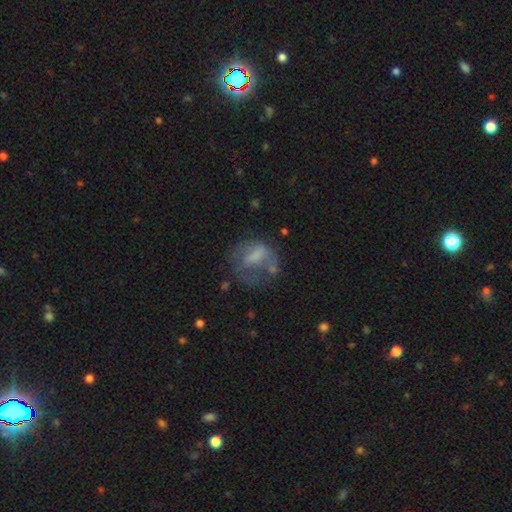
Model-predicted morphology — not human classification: Overall: smooth (47%; featured or disk 41%). Merging: major disturbance (39%; none 32%).